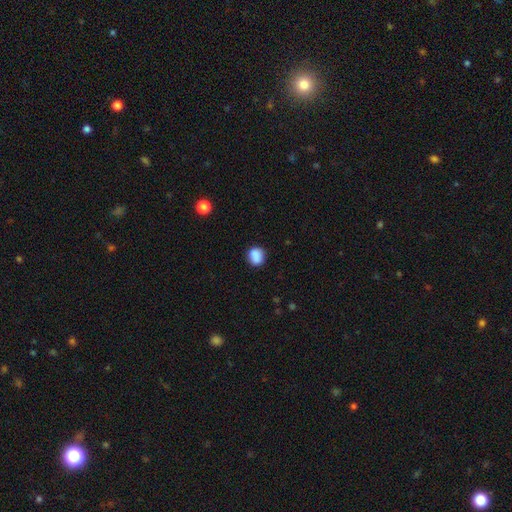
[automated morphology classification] This appears to be a smooth galaxy with no disk features (84%) that is round (75%). Merging: none (72%).